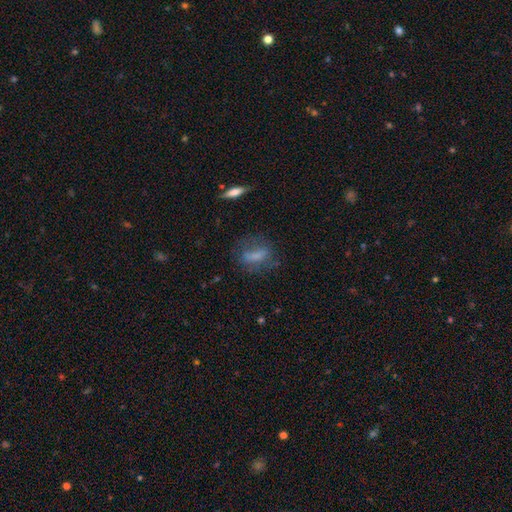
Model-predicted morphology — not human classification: smooth_or_featured: smooth (p=0.59) [alt: featured or disk p=0.29]
how_rounded: in between (p=0.63) [alt: cigar-shaped p=0.22]
merging: none (p=0.56) [alt: minor disturbance p=0.22]